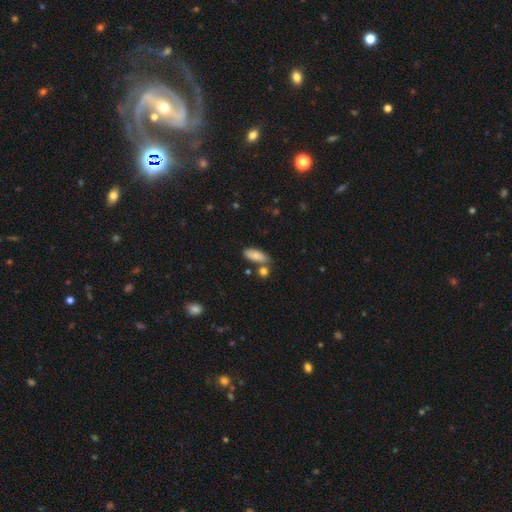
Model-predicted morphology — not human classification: A smooth galaxy with no disk features (84%) that is in between round and cigar-shaped (77%). Merging: none (68%).